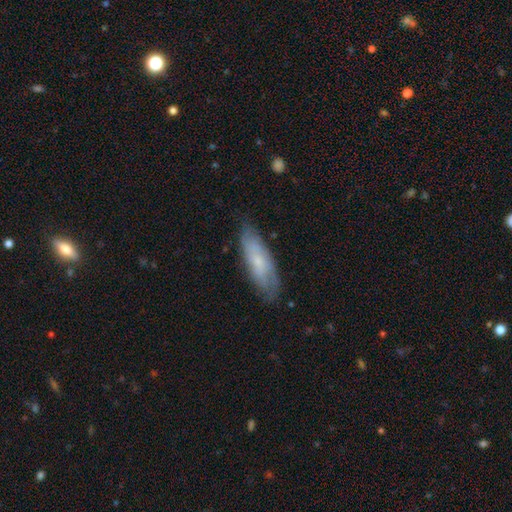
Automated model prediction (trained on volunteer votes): This is possibly a smooth galaxy (49%). Merging: clearly none (81%).